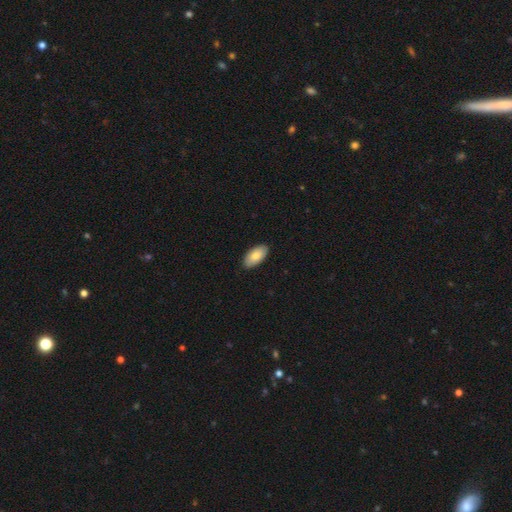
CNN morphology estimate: Smooth or featured?
  - smooth: 81% *
  - featured or disk: 14%
  - star or artifact: 6%
How rounded?
  - in between: 95% *
  - cigar-shaped: 3%
  - round: 2%
Merging?
  - none: 89% *
  - minor disturbance: 9%
  - major disturbance: 2%
  - merger: 1%